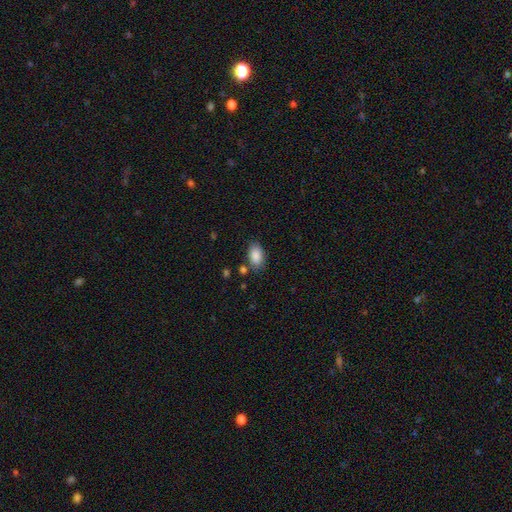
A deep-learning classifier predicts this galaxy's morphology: The model was most divided on "merging": none: 78%, minor disturbance: 14%, merger: 5%, major disturbance: 4%. More confident: how rounded — in between (91%); smooth or featured — smooth (88%).